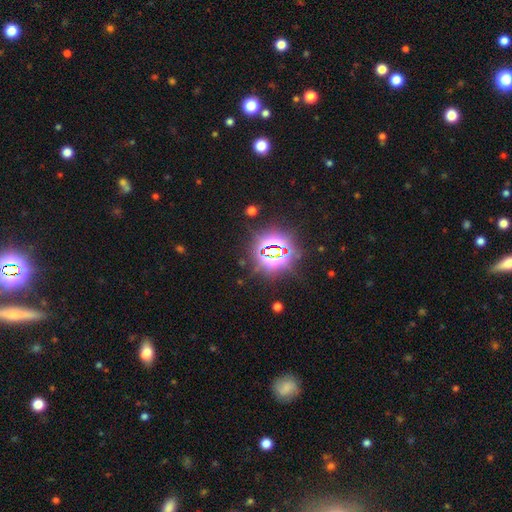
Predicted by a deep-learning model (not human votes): smooth-or-featured: star or artifact: 80% | smooth: 13% | featured or disk: 7%